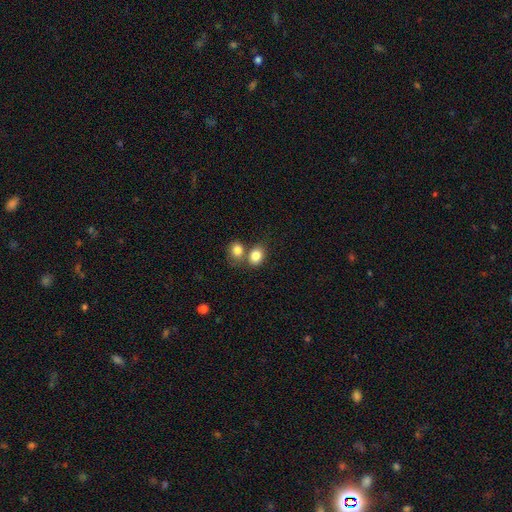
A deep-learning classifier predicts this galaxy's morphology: The model was most divided on "how rounded" (2-way tie): in between: 50%, round: 50%, cigar-shaped: 1%. Remaining: smooth or featured — smooth (83%); merging — none (48%).